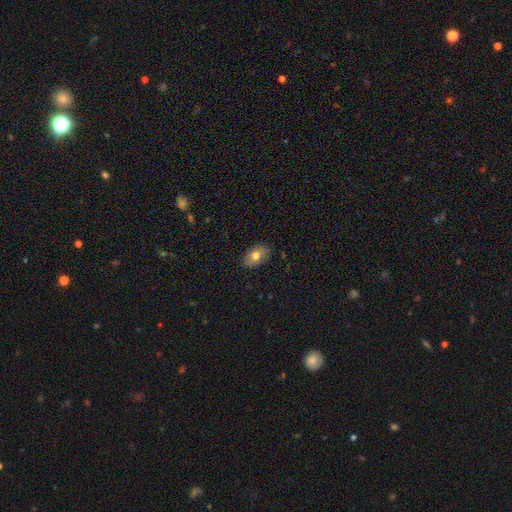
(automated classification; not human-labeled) Smooth or featured?
  - smooth: 75% *
  - featured or disk: 18%
  - star or artifact: 8%
How rounded?
  - in between: 88% *
  - round: 11%
  - cigar-shaped: 1%
Merging?
  - none: 85% *
  - minor disturbance: 12%
  - major disturbance: 2%
  - merger: 1%